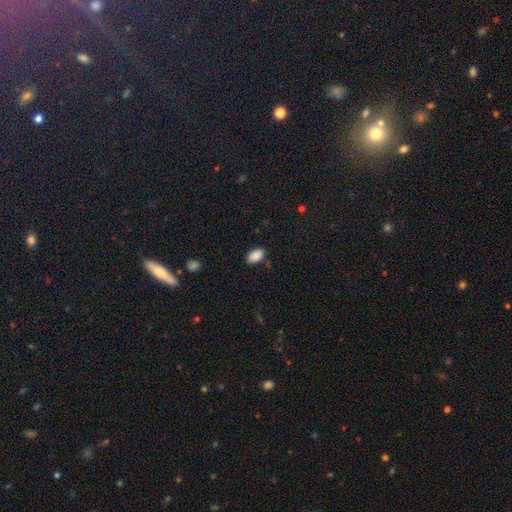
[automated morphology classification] This is clearly a smooth galaxy (89%). How rounded: clearly in between (93%). Merging: clearly none (84%).